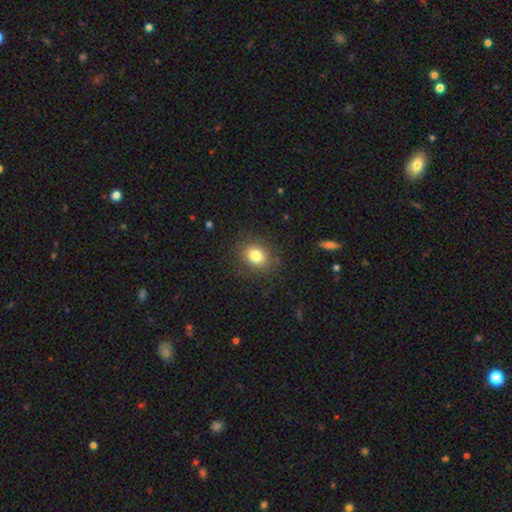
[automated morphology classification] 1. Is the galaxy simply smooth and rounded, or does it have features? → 81% smooth, 11% star or artifact, 9% featured or disk.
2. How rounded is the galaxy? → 50% in between, 49% round, 1% cigar-shaped.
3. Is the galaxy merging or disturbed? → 85% none, 10% minor disturbance, 4% major disturbance, 1% merger.